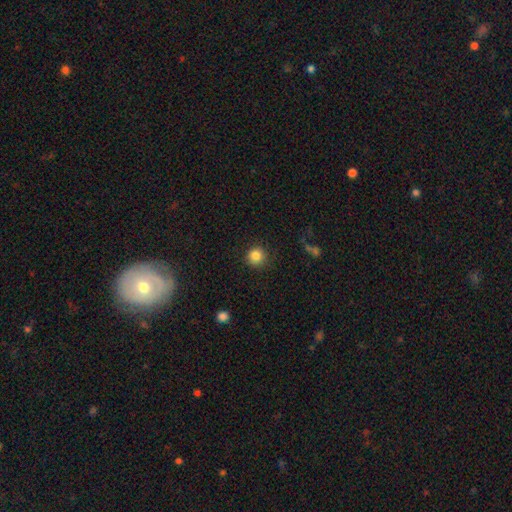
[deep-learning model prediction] Q: Smooth or featured?
A: smooth (85%); runner-up: star or artifact (11%)
Q: How rounded?
A: round (94%); runner-up: in between (5%)
Q: Merging?
A: none (88%); runner-up: minor disturbance (8%)